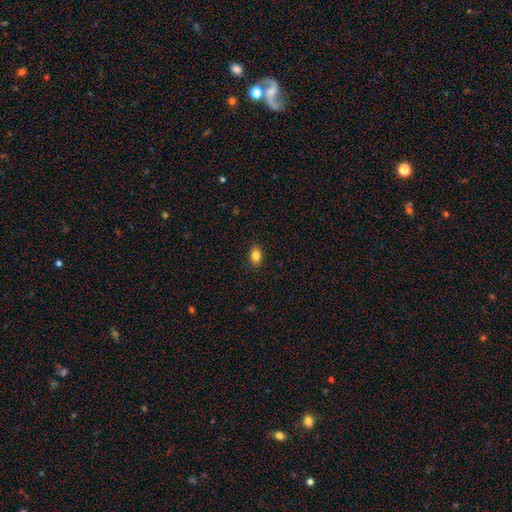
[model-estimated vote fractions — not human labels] Smooth or featured? Predicted: smooth (p=0.84). How rounded? Predicted: in between (p=0.80). Merging? Predicted: none (p=0.89).